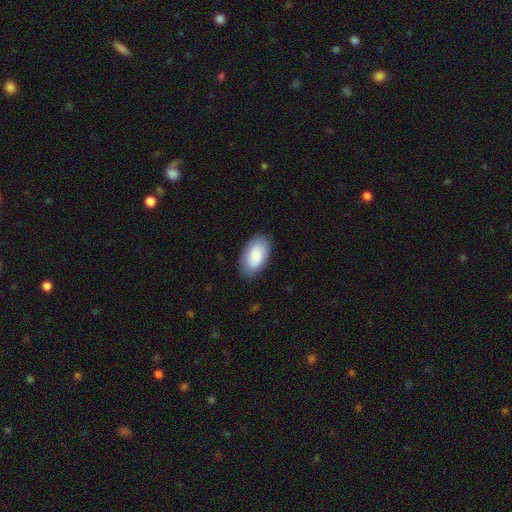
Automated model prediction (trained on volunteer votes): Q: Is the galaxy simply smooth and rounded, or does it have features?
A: smooth — 86%.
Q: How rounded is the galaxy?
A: in between — 95%.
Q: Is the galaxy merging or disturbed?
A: none — 84%.